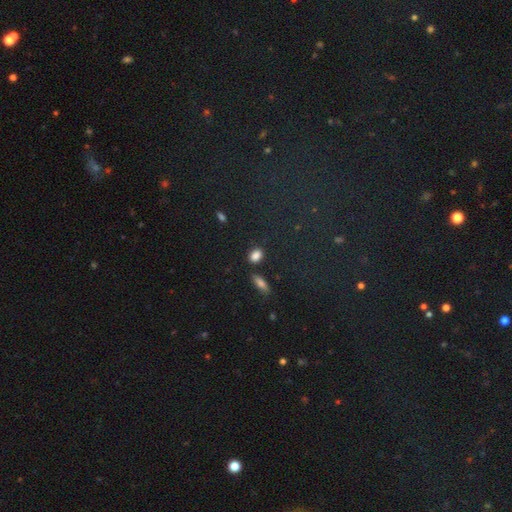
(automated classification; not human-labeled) Smooth or featured: smooth — 85% (star or artifact — 10%)
How rounded: in between — 77% (round — 18%)
Merging: none — 79% (minor disturbance — 11%)